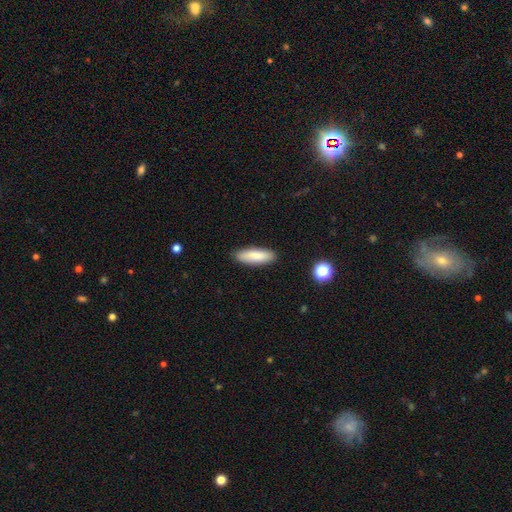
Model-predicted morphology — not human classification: Smooth or featured? Predicted: smooth (p=0.84). How rounded? Predicted: cigar-shaped (p=0.50). Merging? Predicted: none (p=0.88).